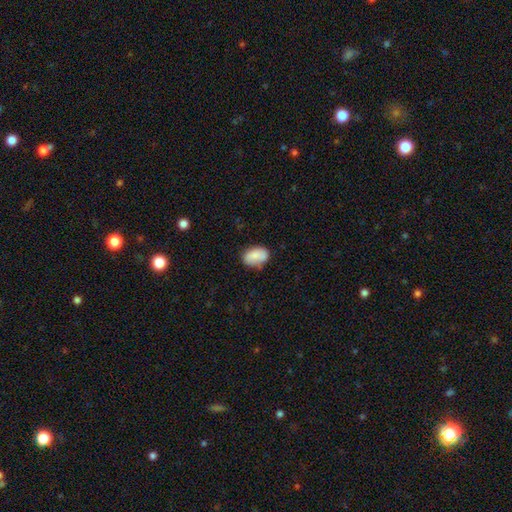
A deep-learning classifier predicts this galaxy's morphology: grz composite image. It shows a smooth galaxy with no disk features (83%) that is in between round and cigar-shaped (86%). Merging: none (70%).